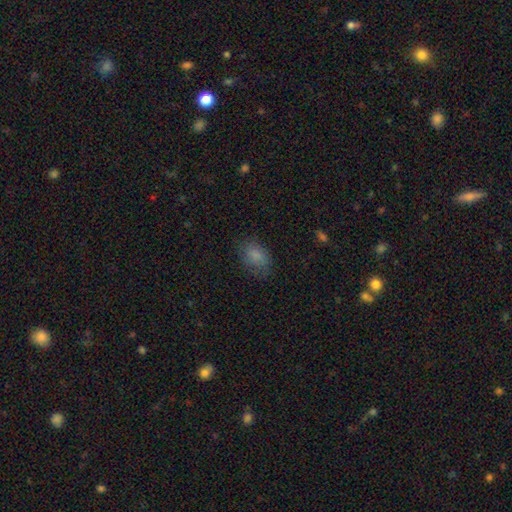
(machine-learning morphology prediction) Smooth or featured?
  - smooth: 82% *
  - star or artifact: 9%
  - featured or disk: 8%
How rounded?
  - in between: 82% *
  - round: 17%
  - cigar-shaped: 1%
Merging?
  - none: 72% *
  - minor disturbance: 20%
  - major disturbance: 7%
  - merger: 1%